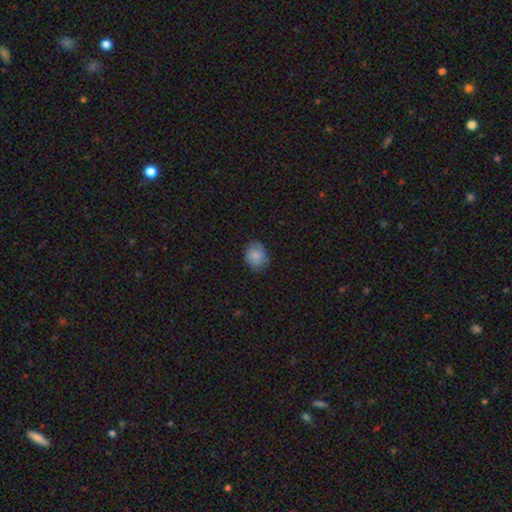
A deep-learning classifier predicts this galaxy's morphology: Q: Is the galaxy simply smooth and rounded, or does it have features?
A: smooth — 84%.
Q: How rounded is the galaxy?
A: round — 58%.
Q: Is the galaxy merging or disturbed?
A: none — 78%.